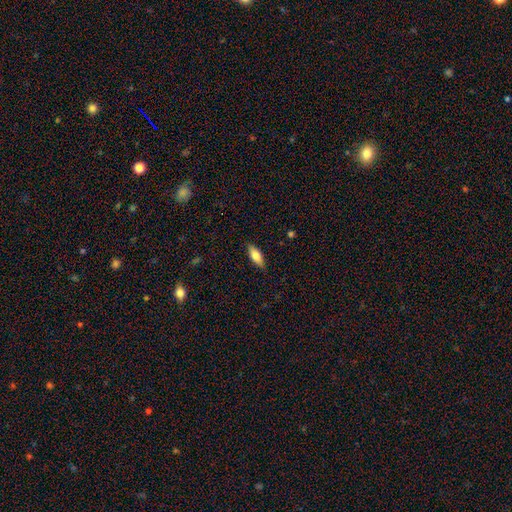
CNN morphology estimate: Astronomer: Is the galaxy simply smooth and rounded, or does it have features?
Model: smooth — 69%.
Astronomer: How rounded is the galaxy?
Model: in between — 71%.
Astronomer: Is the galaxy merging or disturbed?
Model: none — 86%.